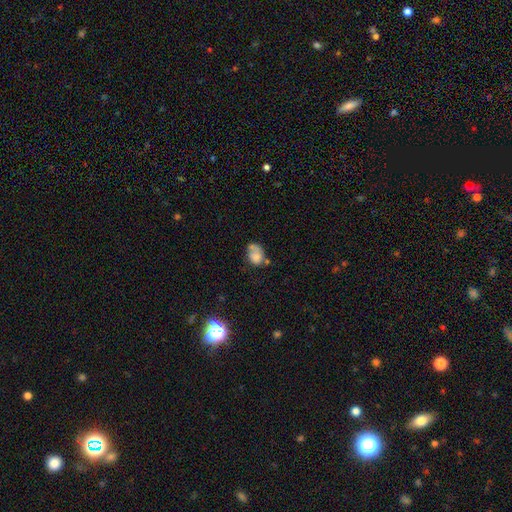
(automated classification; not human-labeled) A smooth galaxy with no disk features (68%) that is in between round and cigar-shaped (63%). Merging: none (34%).